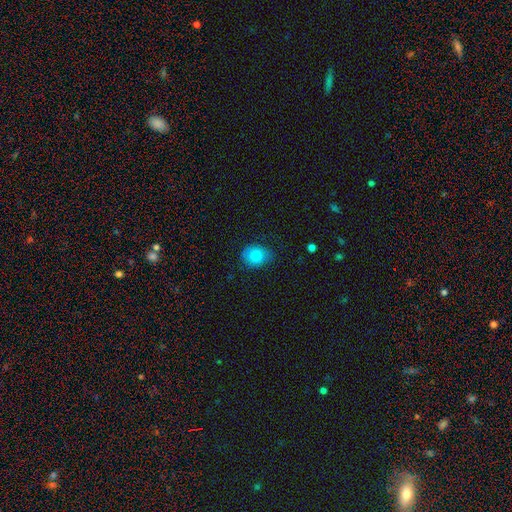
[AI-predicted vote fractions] A smooth galaxy with no disk features (84%) that is in between round and cigar-shaped (53%). Merging: none (66%).